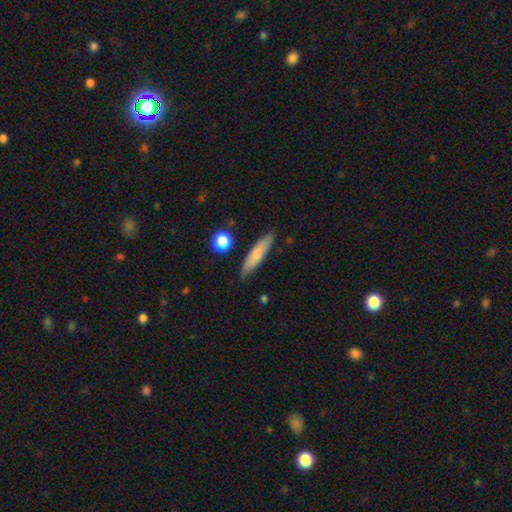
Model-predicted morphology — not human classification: Smooth or featured?
  - smooth: 76% *
  - featured or disk: 18%
  - star or artifact: 7%
How rounded?
  - cigar-shaped: 79% *
  - in between: 19%
  - round: 2%
Merging?
  - none: 82% *
  - minor disturbance: 13%
  - major disturbance: 3%
  - merger: 2%